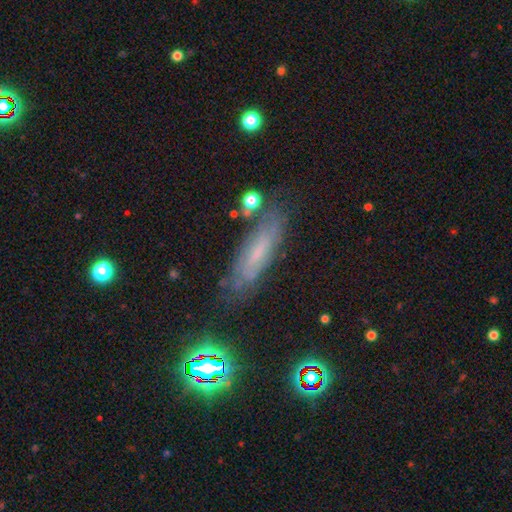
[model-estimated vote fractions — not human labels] Morphology: type=featured or disk (46%); merging=none (74%).